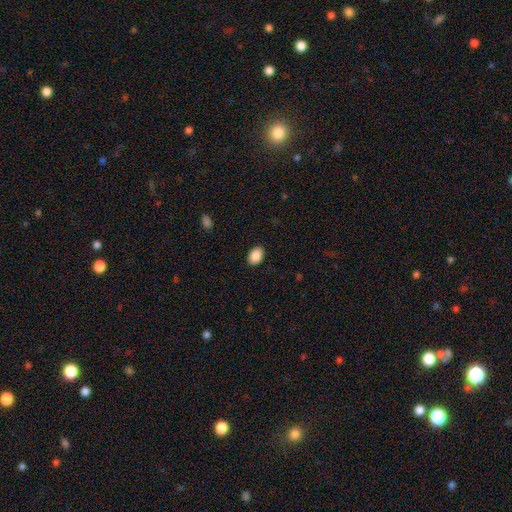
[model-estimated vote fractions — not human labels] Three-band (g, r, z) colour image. It shows a smooth galaxy with no disk features (90%) that is in between round and cigar-shaped (81%). Merging: none (88%).